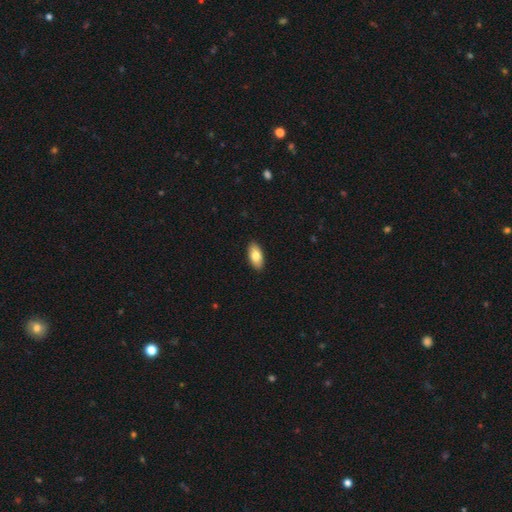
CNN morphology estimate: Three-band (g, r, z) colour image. It shows a smooth galaxy with no disk features (80%) that is in between round and cigar-shaped (91%). Merging: none (90%).